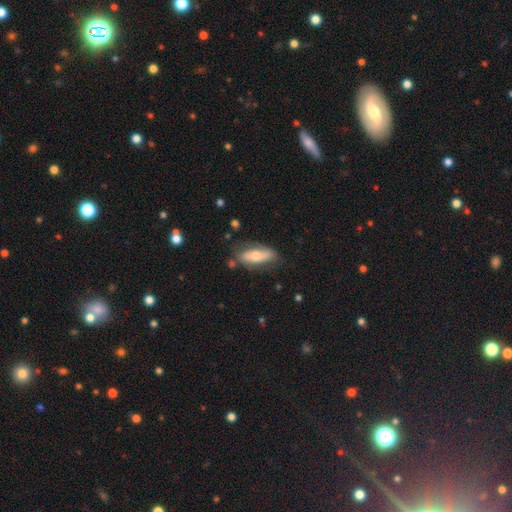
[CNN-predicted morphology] Overall: smooth (55%; featured or disk 39%). How rounded: in between (72%). Merging: none (66%).